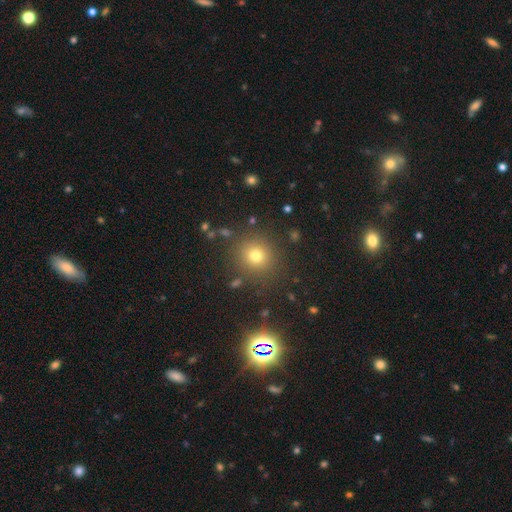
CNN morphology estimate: Smooth or featured? Predicted: smooth (p=0.71). How rounded? Predicted: round (p=0.91). Merging? Predicted: none (p=0.86).